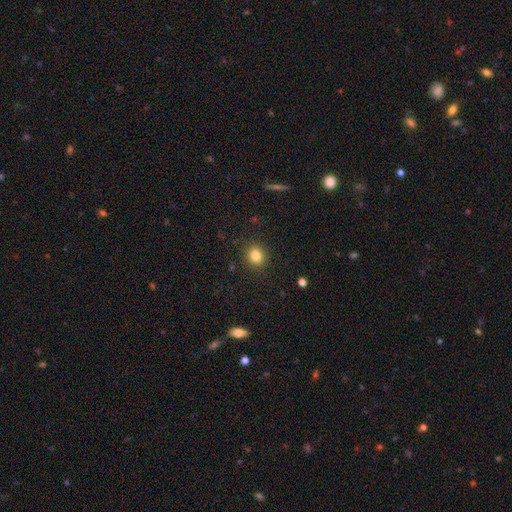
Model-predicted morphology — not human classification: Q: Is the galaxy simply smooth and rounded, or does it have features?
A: smooth — 83%.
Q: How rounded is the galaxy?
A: round — 78%.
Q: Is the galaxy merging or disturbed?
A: none — 89%.